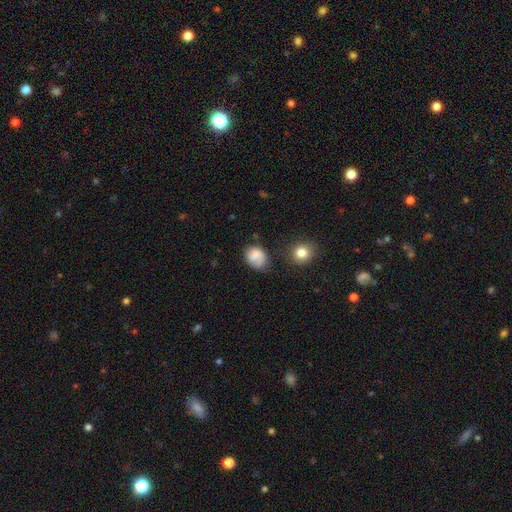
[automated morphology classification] type=smooth (75%); roundness=in between (55%); merging=none (54%).